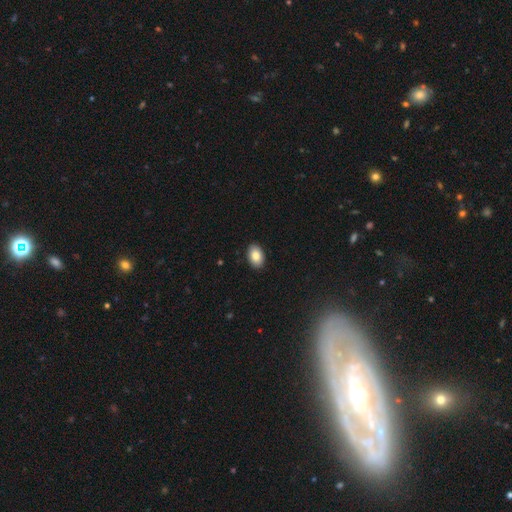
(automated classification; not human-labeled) Smooth or featured? Predicted: smooth (p=0.85). How rounded? Predicted: in between (p=0.89). Merging? Predicted: none (p=0.90).